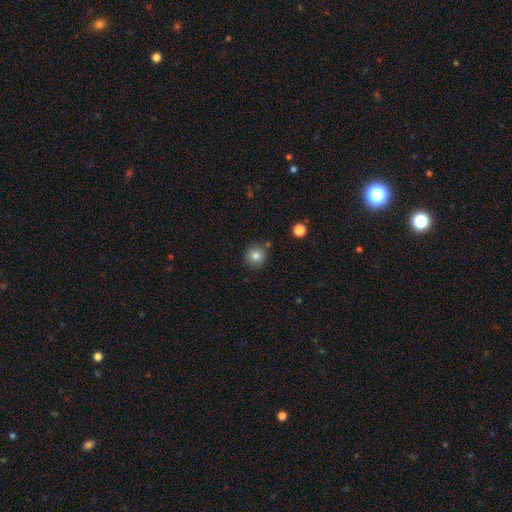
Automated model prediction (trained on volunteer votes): This appears to be a smooth galaxy with no disk features (82%) that is round (94%). Merging: none (85%).